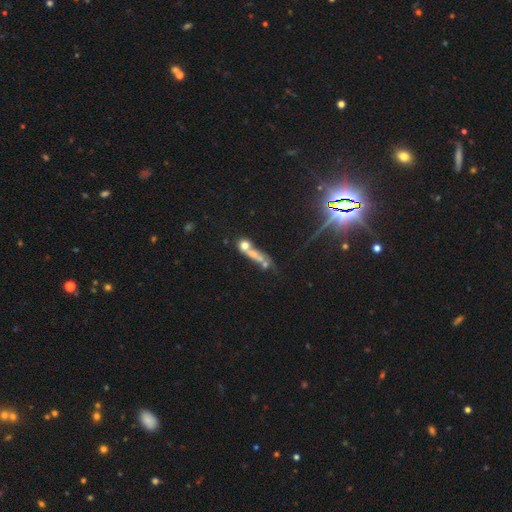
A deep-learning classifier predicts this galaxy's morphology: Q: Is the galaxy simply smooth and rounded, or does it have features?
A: smooth — 46%.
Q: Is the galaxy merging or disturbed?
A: merger — 48%.